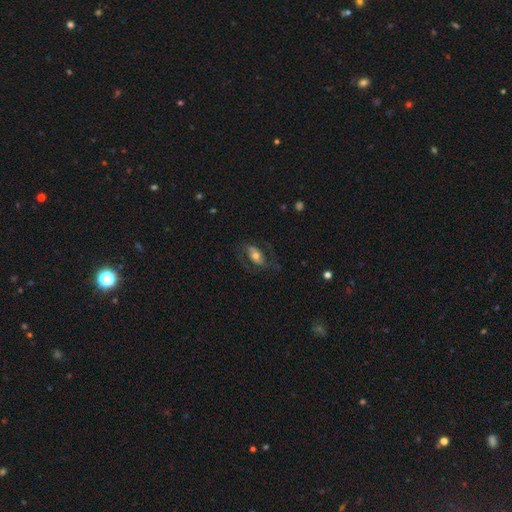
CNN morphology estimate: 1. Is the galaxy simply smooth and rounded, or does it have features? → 52% featured or disk, 40% smooth, 7% star or artifact.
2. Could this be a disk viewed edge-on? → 91% no, 9% yes.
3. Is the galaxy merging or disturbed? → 64% none, 17% minor disturbance, 17% major disturbance, 1% merger.